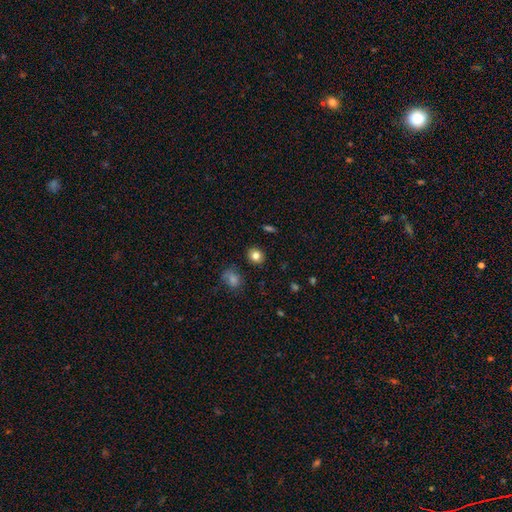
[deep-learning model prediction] This appears to be a smooth galaxy with no disk features (82%) that is round (63%). Merging: none (88%).